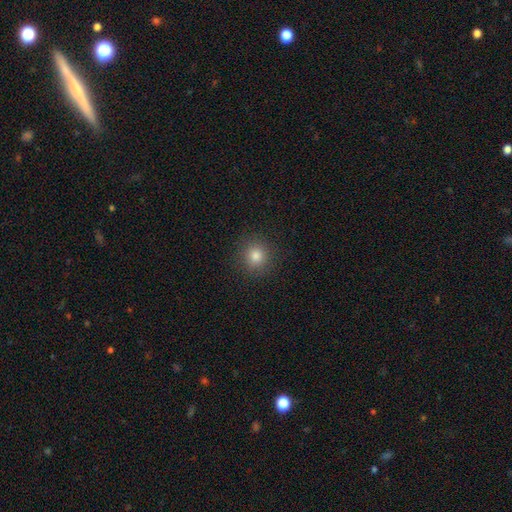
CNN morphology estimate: Smooth or featured: smooth — 81% (star or artifact — 13%)
How rounded: round — 91% (in between — 8%)
Merging: none — 91% (minor disturbance — 6%)